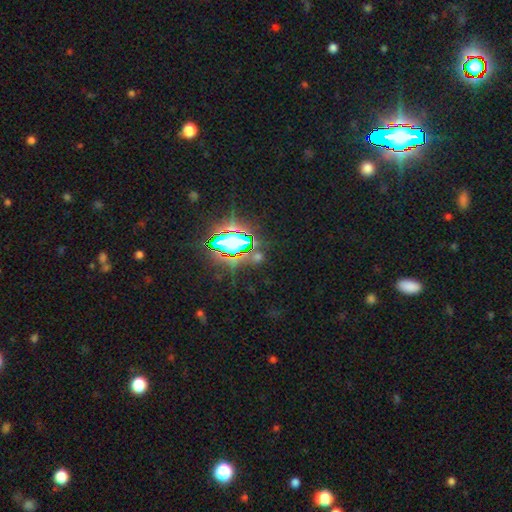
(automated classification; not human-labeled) A star or artifact, not a galaxy (75%).